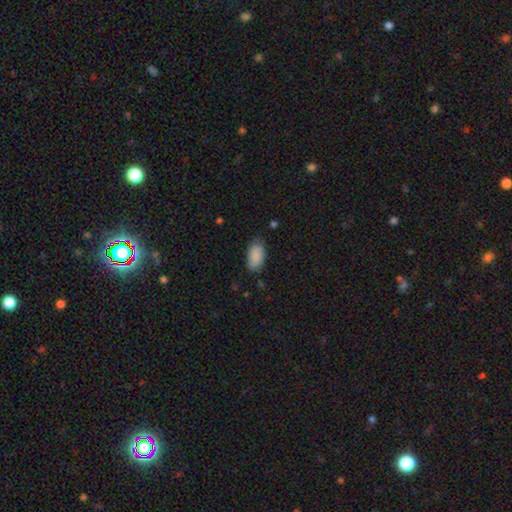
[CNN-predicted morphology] Q: Smooth or featured?
A: smooth (88%); runner-up: star or artifact (6%)
Q: How rounded?
A: in between (94%); runner-up: round (3%)
Q: Merging?
A: none (76%); runner-up: minor disturbance (19%)